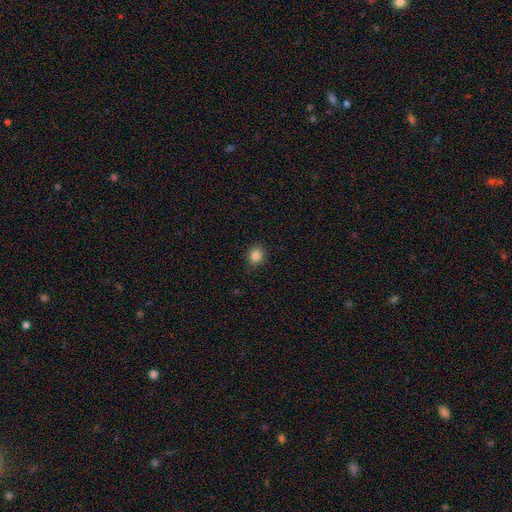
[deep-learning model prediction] smooth_or_featured: smooth (p=0.84) [alt: star or artifact p=0.11]
how_rounded: round (p=0.78) [alt: in between p=0.21]
merging: none (p=0.90) [alt: minor disturbance p=0.07]